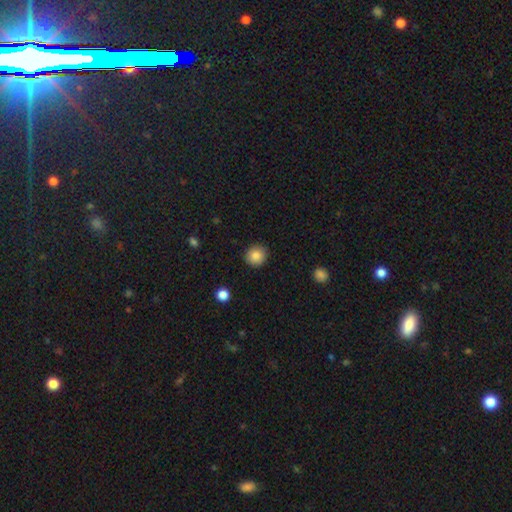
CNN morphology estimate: This appears to be a smooth galaxy with no disk features (86%) that is round (89%). Merging: none (90%).